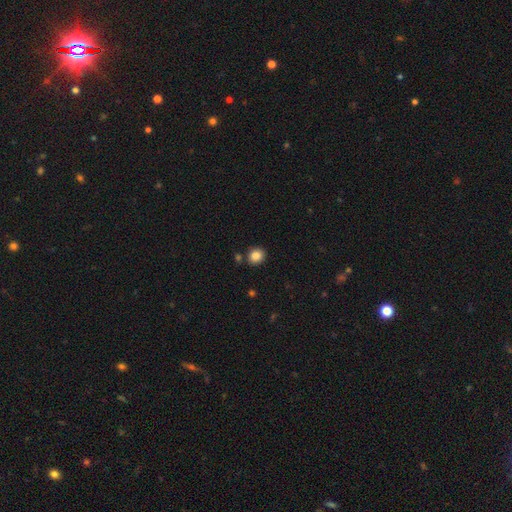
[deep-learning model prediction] Smooth or featured? smooth (86%)
How rounded? round (79%)
Merging? none (83%)